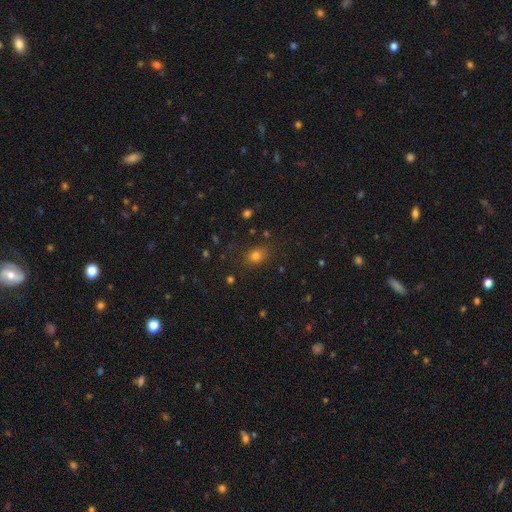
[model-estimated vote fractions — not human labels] Overall: smooth (75%). How rounded: in between (52%; round 47%). Merging: none (81%).